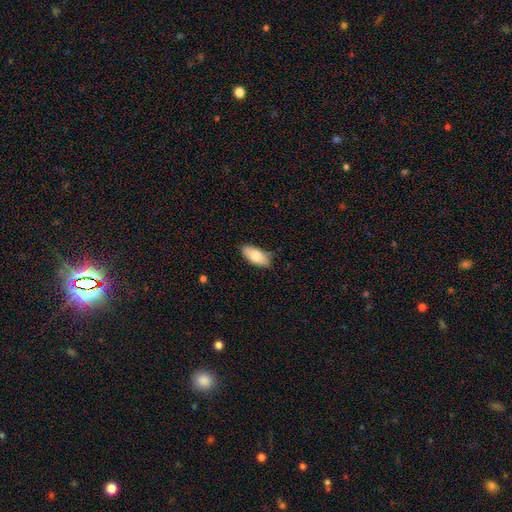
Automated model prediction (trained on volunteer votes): smooth-or-featured: smooth: 79% | featured or disk: 15% | star or artifact: 6%
  how-rounded: in between: 88% | cigar-shaped: 10% | round: 2%
  merging: none: 82% | minor disturbance: 15% | major disturbance: 2% | merger: 1%